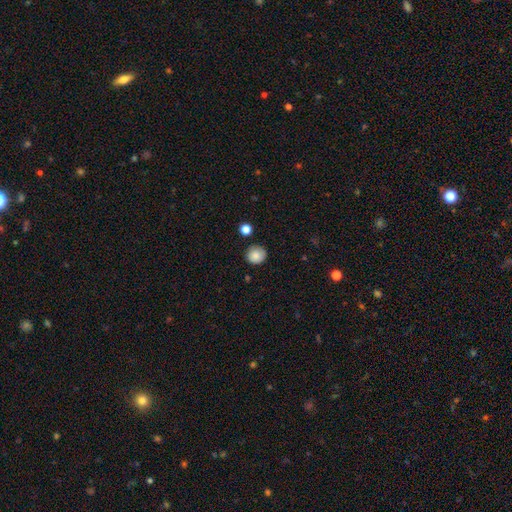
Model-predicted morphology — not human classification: smooth-or-featured: smooth: 85% | star or artifact: 9% | featured or disk: 6%
  how-rounded: round: 91% | in between: 8% | cigar-shaped: 1%
  merging: none: 85% | minor disturbance: 10% | merger: 3% | major disturbance: 2%